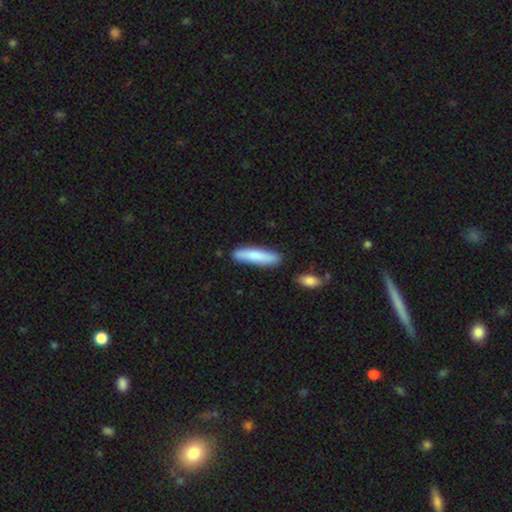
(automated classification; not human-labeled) This is clearly a smooth galaxy (81%). How rounded: clearly cigar-shaped (81%). Merging: clearly none (83%).